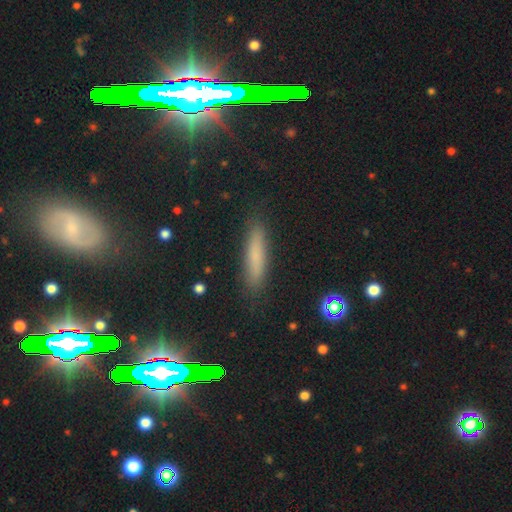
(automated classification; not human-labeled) This is likely a smooth galaxy (65%). How rounded: clearly cigar-shaped (84%). Merging: clearly none (87%).